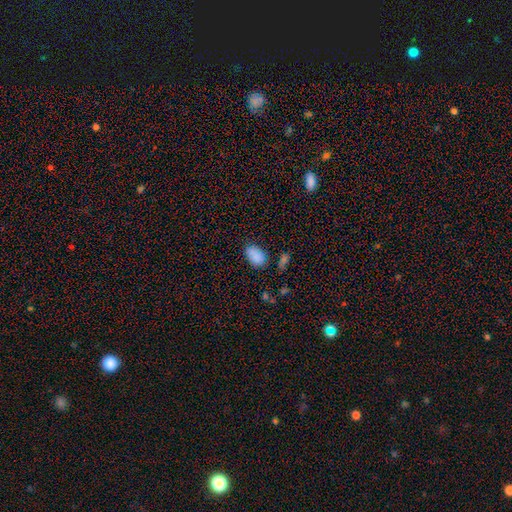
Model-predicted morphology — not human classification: This appears to be a smooth galaxy with no disk features (86%) that is in between round and cigar-shaped (91%). Merging: none (72%).